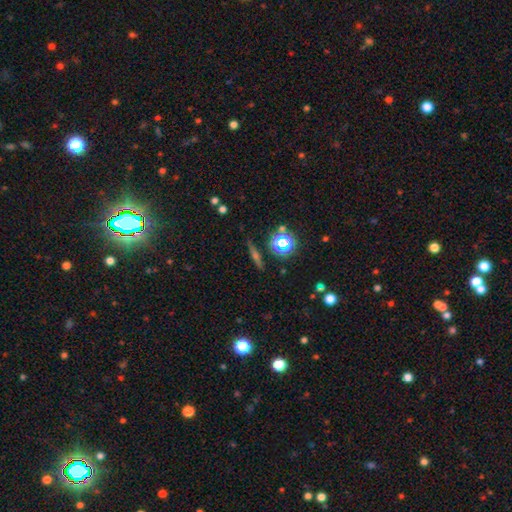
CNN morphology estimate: Smooth or featured: featured or disk — 43% (star or artifact — 30%)
Merging: none — 87% (minor disturbance — 8%)